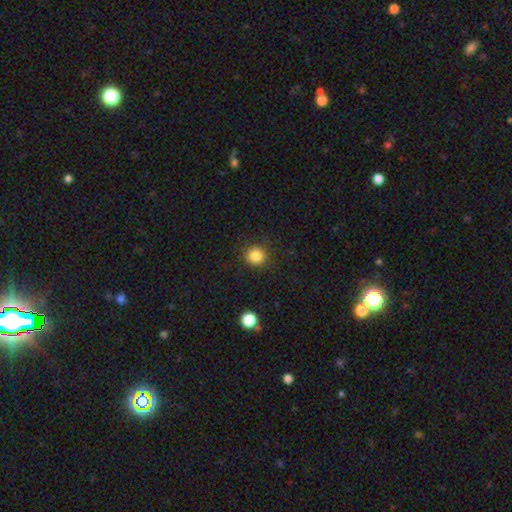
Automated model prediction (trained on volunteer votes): A smooth galaxy with no disk features (85%) that is round (91%).

Vote fractions:
- Smooth or featured? smooth: 85% / star or artifact: 11% / featured or disk: 4%
- How rounded? round: 91% / in between: 8% / cigar-shaped: 1%
- Merging? none: 89% / minor disturbance: 7% / major disturbance: 3% / merger: 1%